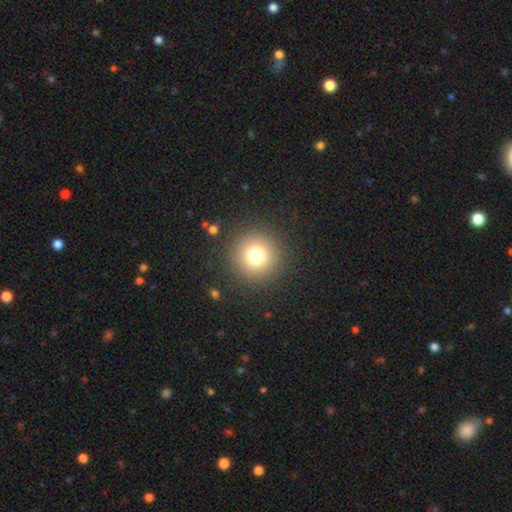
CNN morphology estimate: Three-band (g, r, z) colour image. It shows a smooth galaxy with no disk features (75%) that is round (96%). Merging: none (90%).